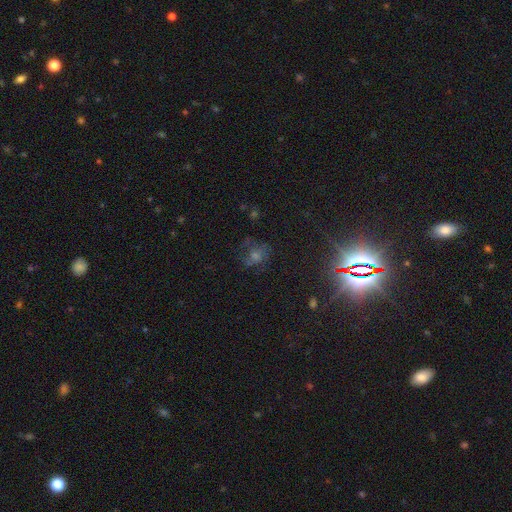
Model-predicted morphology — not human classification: Smooth or featured? star or artifact (49%)